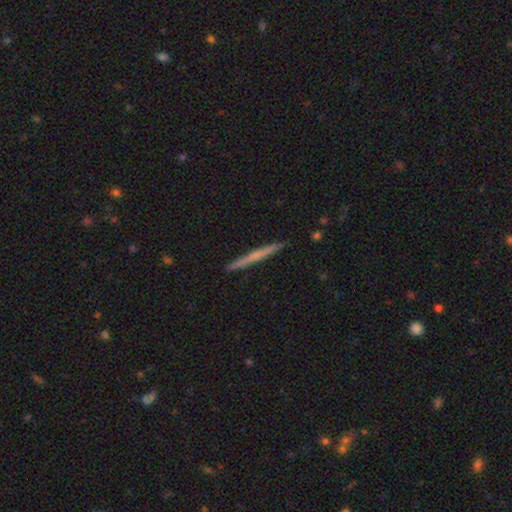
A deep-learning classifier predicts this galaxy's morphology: A featured or disk galaxy (49%). Merging: none (92%).